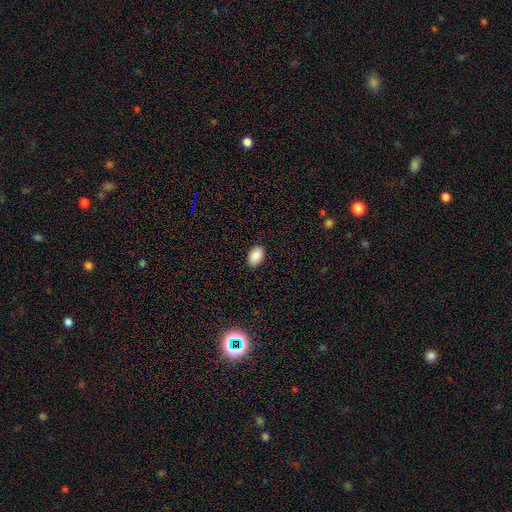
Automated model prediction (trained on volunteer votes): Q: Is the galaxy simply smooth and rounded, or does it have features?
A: smooth — 89%.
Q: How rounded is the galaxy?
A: in between — 92%.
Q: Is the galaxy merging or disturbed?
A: none — 89%.